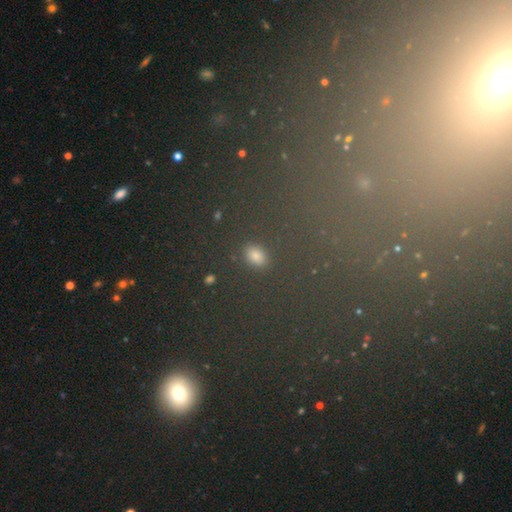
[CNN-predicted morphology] Smooth or featured? Predicted: smooth (p=0.63). How rounded? Predicted: in between (p=0.62). Merging? Predicted: none (p=0.88).